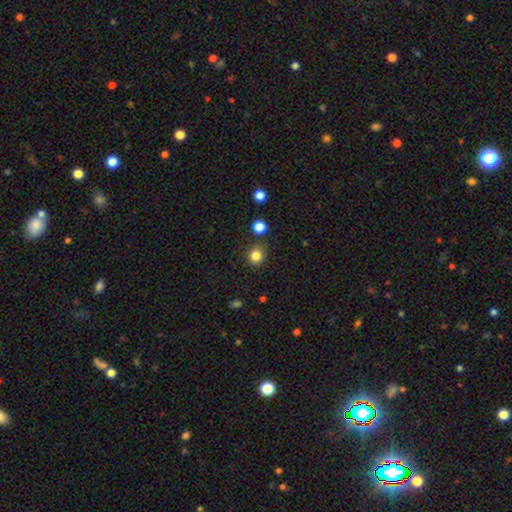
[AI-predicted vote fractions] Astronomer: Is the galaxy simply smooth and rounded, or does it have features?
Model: smooth — 83%.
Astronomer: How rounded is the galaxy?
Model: round — 88%.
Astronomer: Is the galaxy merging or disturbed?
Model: none — 85%.